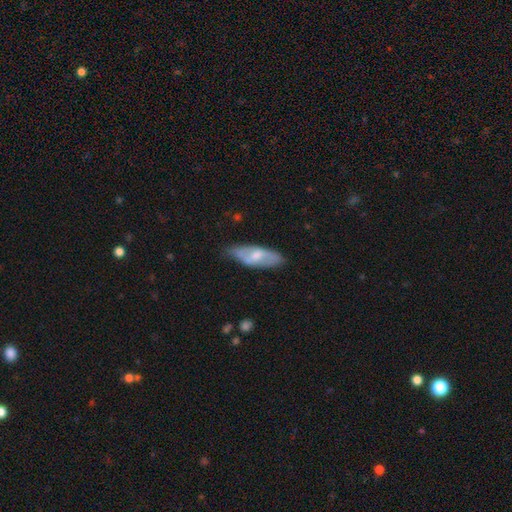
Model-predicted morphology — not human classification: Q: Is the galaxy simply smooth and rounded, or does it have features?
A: smooth — 50%.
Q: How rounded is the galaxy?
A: in between — 70%.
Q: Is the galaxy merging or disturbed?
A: none — 72%.